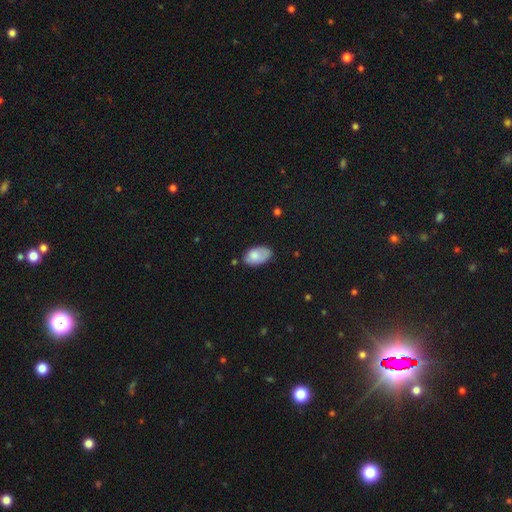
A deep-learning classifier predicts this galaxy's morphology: A smooth galaxy with no disk features (78%) that is in between round and cigar-shaped (94%).

Vote fractions:
- Smooth or featured? smooth: 78% / featured or disk: 15% / star or artifact: 7%
- How rounded? in between: 94% / round: 5% / cigar-shaped: 1%
- Merging? none: 60% / minor disturbance: 29% / major disturbance: 7% / merger: 4%